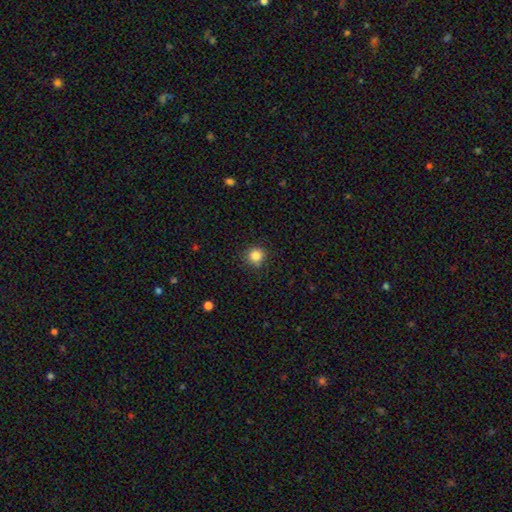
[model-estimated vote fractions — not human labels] This appears to be a smooth galaxy with no disk features (85%) that is round (93%). Merging: none (88%).